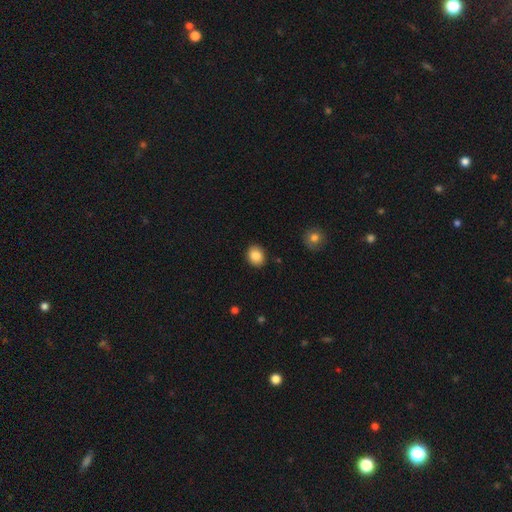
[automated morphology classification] type=smooth (86%); roundness=round (63%); merging=none (88%).